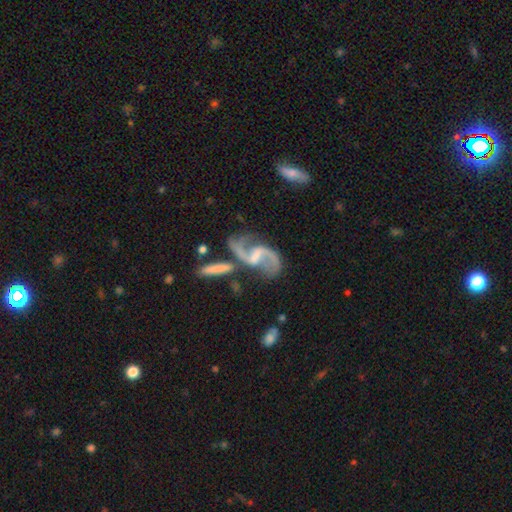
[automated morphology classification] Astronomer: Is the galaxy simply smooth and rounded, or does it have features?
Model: featured or disk — 89%.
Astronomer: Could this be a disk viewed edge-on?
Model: no — 96%.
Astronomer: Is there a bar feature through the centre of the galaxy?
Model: weak — 49% (runner-up: no, 28%).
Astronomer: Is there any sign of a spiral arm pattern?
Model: yes — 96%.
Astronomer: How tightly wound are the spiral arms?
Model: loose — 65%.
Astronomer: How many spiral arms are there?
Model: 2 — 92%.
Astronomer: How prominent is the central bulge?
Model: small — 39% (runner-up: none, 34%).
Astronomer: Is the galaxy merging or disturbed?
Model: none — 51%.